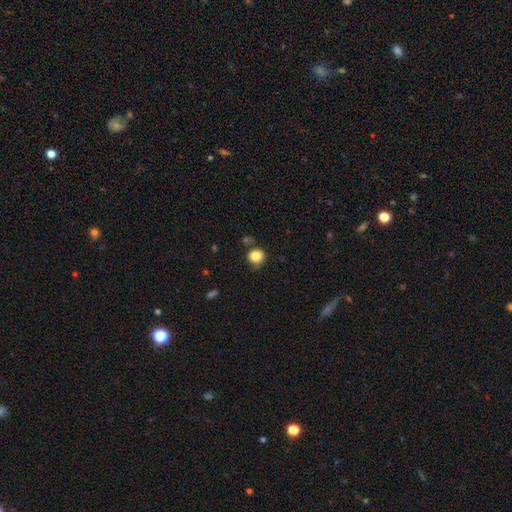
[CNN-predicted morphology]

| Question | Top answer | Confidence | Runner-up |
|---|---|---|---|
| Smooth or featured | smooth | 83% | star or artifact (10%) |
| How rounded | round | 86% | in between (13%) |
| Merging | none | 71% | minor disturbance (18%) |